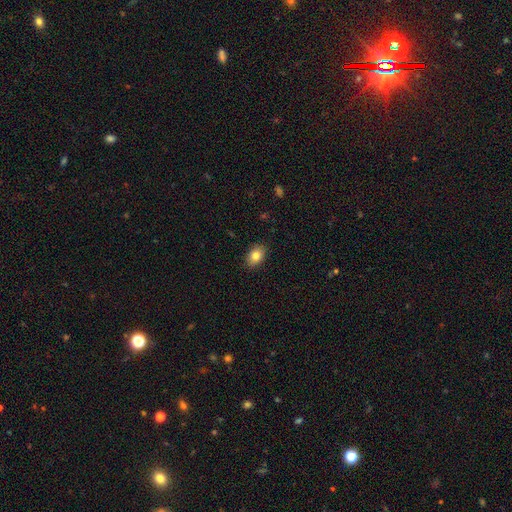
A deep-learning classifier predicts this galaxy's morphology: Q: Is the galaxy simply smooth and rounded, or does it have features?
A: smooth — 83%.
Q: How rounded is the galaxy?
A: in between — 83%.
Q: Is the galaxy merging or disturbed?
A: none — 88%.